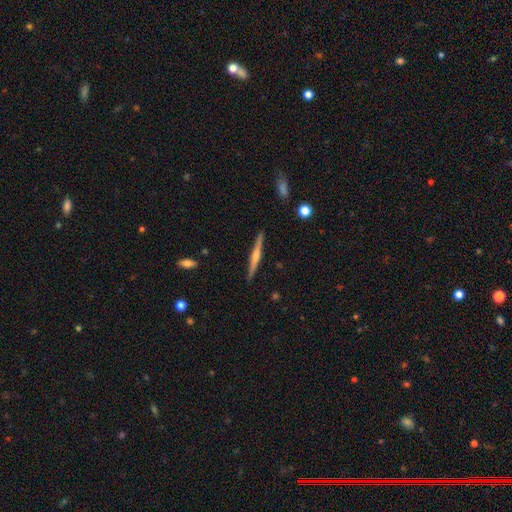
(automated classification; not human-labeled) This appears to be a featured or disk galaxy (71%) viewed edge-on (98%) with a rounded central bulge (78%). Merging: none (91%).